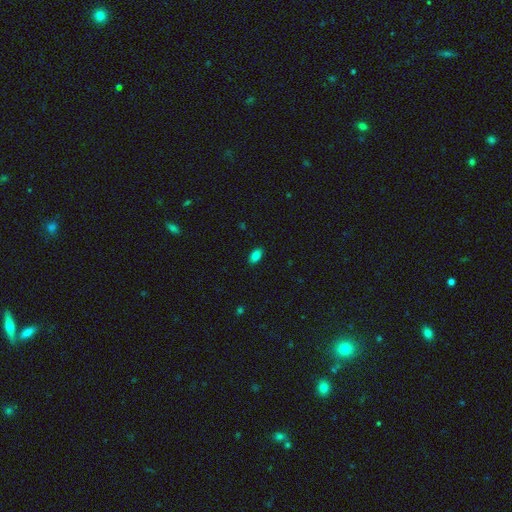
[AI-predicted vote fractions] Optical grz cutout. It shows a smooth galaxy with no disk features (83%) that is in between round and cigar-shaped (92%). Merging: none (88%).